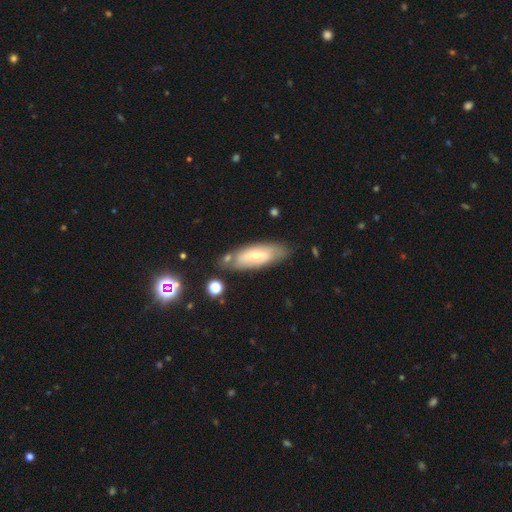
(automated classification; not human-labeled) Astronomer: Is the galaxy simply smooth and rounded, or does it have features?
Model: featured or disk — 55% (runner-up: smooth, 39%).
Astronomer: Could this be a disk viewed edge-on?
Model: no — 76%.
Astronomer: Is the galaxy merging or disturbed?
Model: none — 69%.